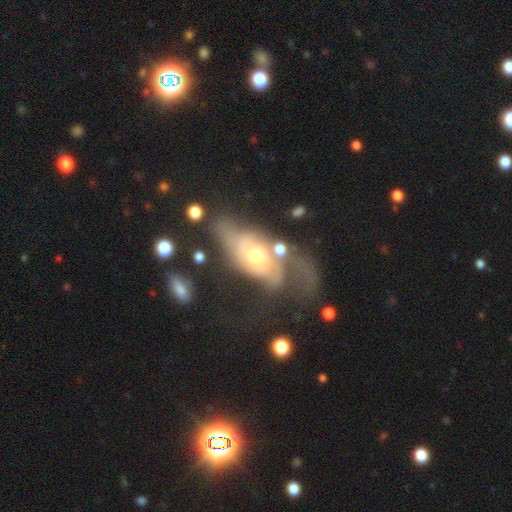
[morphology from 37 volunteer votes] Overall: featured or disk (73%). Edge-on disk: no (81%). Bar: no (77%). Spiral arms: yes (82%). Spiral arm count: can't tell (44%; 2 33%). Spiral winding: medium (44%; loose 39%). Bulge size: moderate (68%; small 32%). Merging: major disturbance (49%; none 26%).